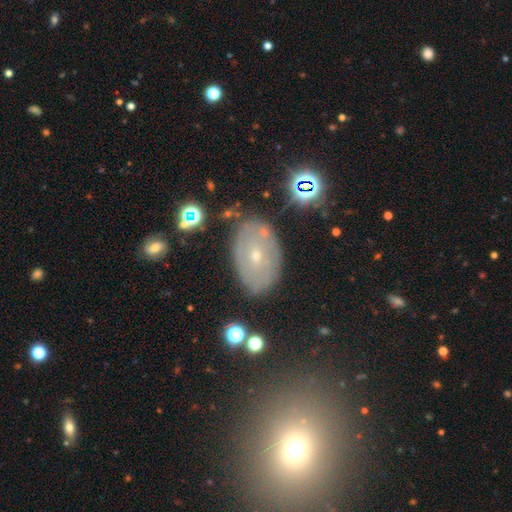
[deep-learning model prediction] Q: Smooth or featured?
A: featured or disk (53%); runner-up: smooth (33%)
Q: Edge-on disk?
A: no (91%); runner-up: yes (9%)
Q: Merging?
A: none (76%); runner-up: minor disturbance (16%)